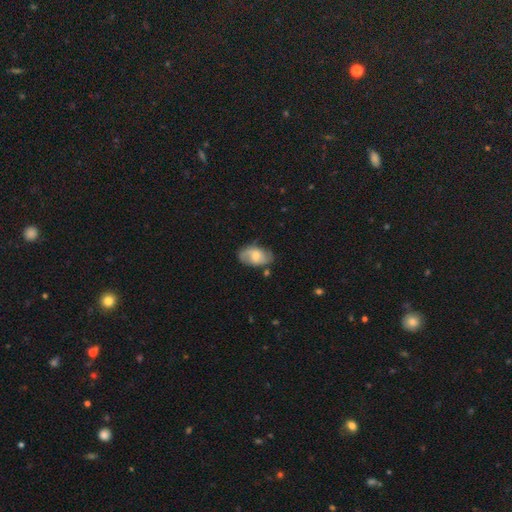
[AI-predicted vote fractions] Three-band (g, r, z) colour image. It shows a featured or disk galaxy (55%) with no bar (48%), spiral arms (84%) and a moderate central bulge (48%). Merging: none (71%).